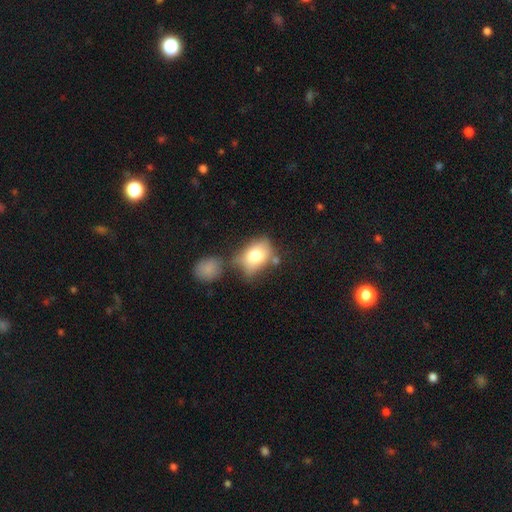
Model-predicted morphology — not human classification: This is likely a smooth galaxy (73%). How rounded: likely in between (74%). Merging: marginally none (44%).